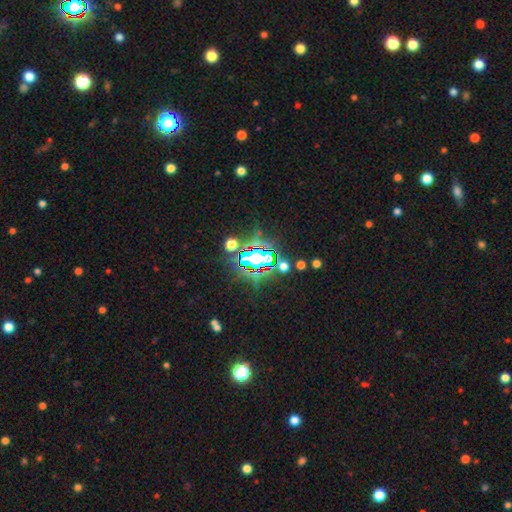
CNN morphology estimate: Smooth or featured: star or artifact — 82% (smooth — 10%)